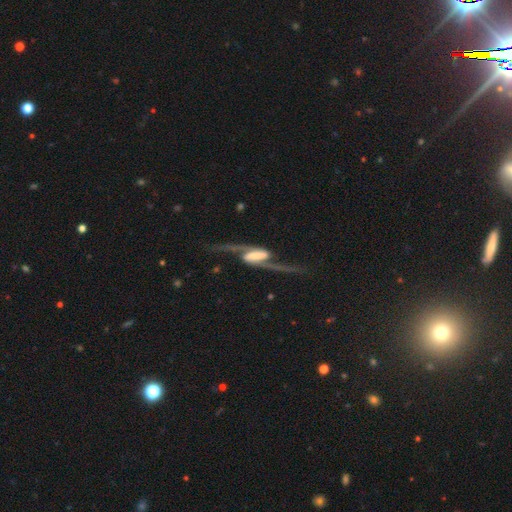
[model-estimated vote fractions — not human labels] featured or disk 90%, smooth 6%, star or artifact 5%. Down the decision tree: edge-on disk — no (93%); bar — strong (61%); spiral arms — yes (97%); spiral arm count — 2 (94%); spiral winding — loose (82%); bulge size — none (32%); merging — none (68%).